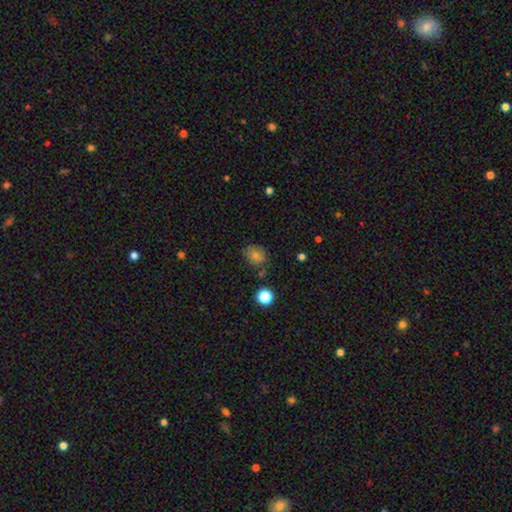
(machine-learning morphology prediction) smooth 70%, star or artifact 18%, featured or disk 11%. Down the decision tree: how rounded — round (60%); merging — none (77%).